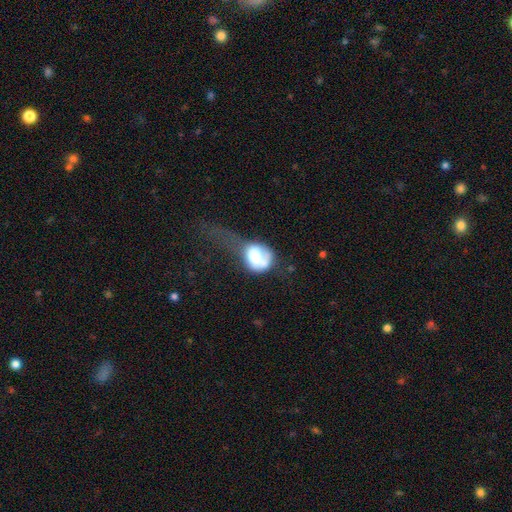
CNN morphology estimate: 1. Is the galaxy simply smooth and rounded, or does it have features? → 59% smooth, 33% featured or disk, 8% star or artifact.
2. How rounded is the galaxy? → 54% round, 45% in between, 1% cigar-shaped.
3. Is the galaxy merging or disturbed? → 52% major disturbance, 19% minor disturbance, 16% merger, 14% none.